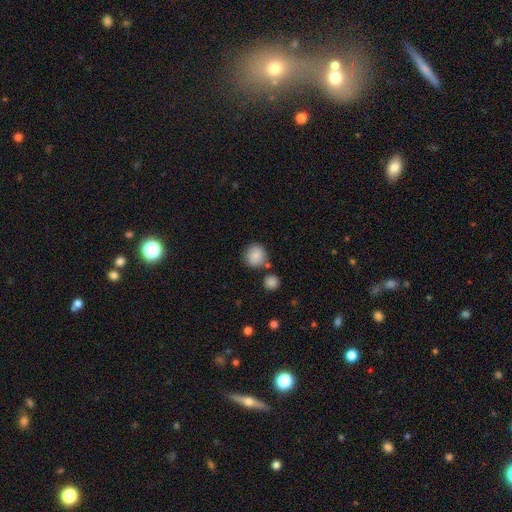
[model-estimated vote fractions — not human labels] This is clearly a smooth galaxy (86%). How rounded: clearly round (87%). Merging: likely none (73%).